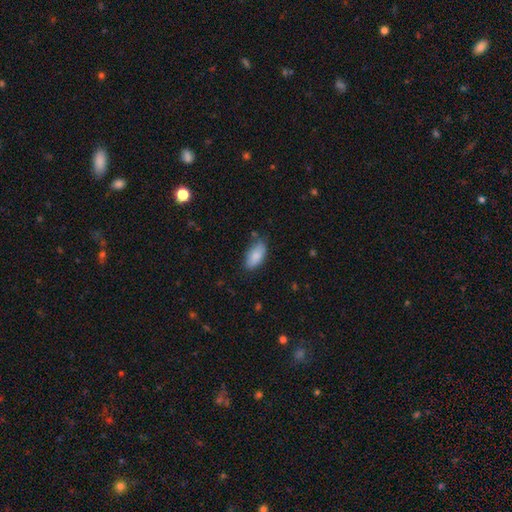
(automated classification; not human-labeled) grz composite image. It shows a smooth galaxy with no disk features (87%) that is in between round and cigar-shaped (91%). Merging: none (71%).